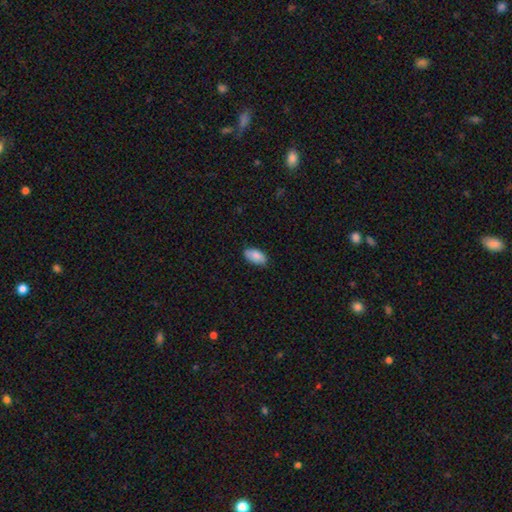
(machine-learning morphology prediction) A smooth galaxy with no disk features (86%) that is in between round and cigar-shaped (94%). Merging: none (83%).